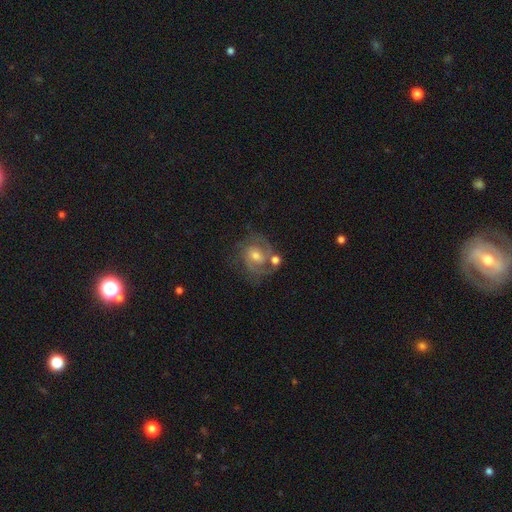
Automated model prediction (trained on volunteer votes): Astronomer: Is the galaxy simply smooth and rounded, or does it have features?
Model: featured or disk — 83%.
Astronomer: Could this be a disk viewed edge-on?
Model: no — 98%.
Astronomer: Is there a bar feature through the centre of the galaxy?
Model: no — 54% (runner-up: weak, 38%).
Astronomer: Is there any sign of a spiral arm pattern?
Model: yes — 95%.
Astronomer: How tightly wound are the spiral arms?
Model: tight — 48% (runner-up: medium, 43%).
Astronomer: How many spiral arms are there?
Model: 2 — 68%.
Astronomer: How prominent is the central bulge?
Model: moderate — 59% (runner-up: small, 34%).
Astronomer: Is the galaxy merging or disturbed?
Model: none — 61%.